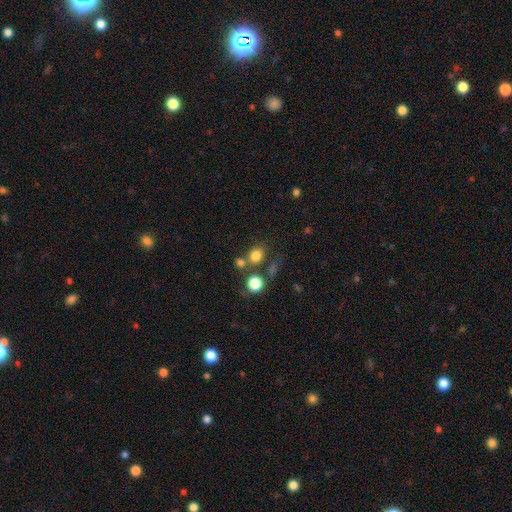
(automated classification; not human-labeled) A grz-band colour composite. It shows a smooth galaxy with no disk features (79%) that is round (68%). Merging: none (63%).